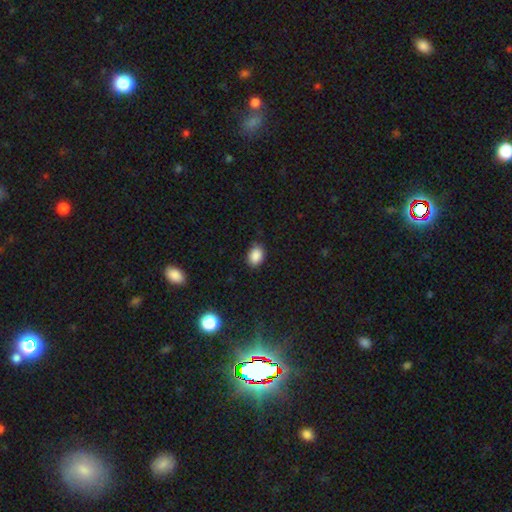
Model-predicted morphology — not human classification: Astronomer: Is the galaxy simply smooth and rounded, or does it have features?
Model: smooth — 87%.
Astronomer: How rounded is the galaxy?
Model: in between — 73%.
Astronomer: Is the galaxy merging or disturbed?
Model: none — 81%.